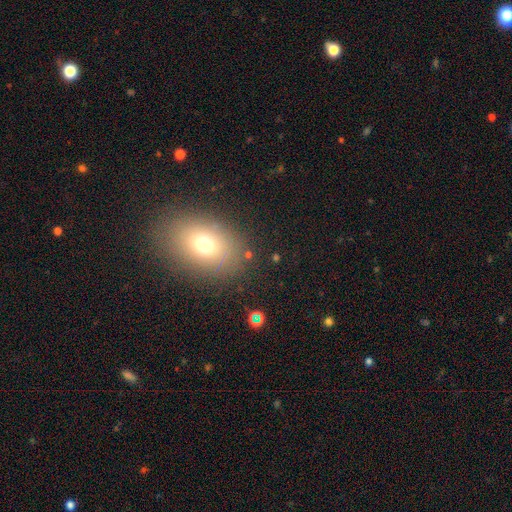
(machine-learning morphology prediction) Smooth or featured? Predicted: smooth (p=0.70). How rounded? Predicted: in between (p=0.76). Merging? Predicted: none (p=0.88).